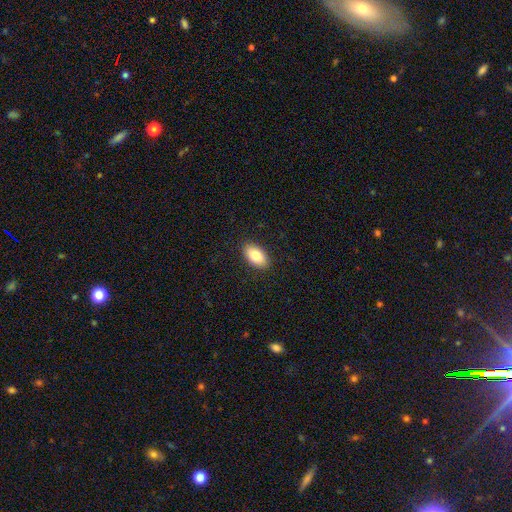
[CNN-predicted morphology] smooth 83%, featured or disk 10%, star or artifact 7%. Down the decision tree: how rounded — in between (94%); merging — none (90%).